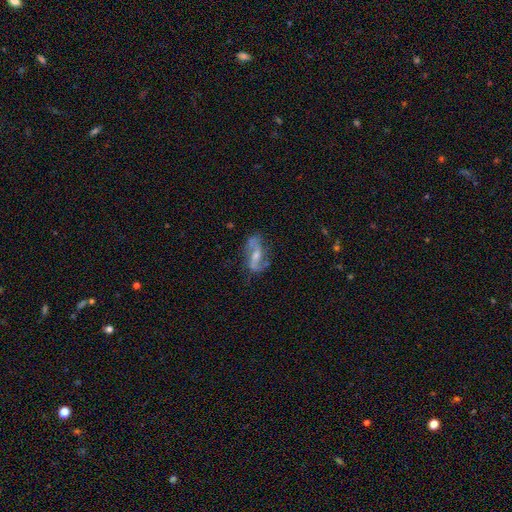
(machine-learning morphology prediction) This appears to be a featured or disk galaxy (82%) with a weak bar (41%), 2 (91%) loose (59%) spiral arms (92%) and a moderate central bulge (48%). Merging: none (74%).